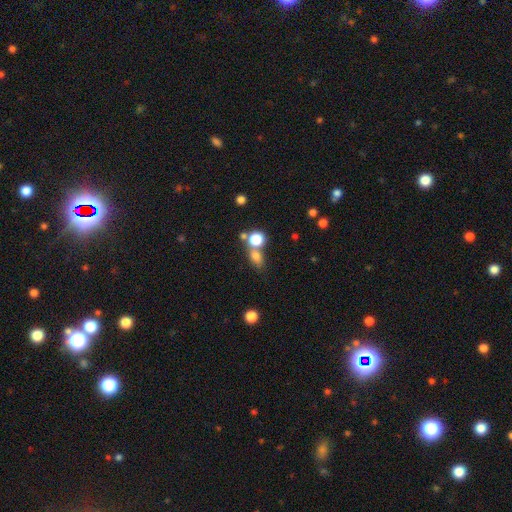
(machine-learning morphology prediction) smooth_or_featured: smooth (p=0.74) [alt: star or artifact p=0.16]
how_rounded: in between (p=0.50) [alt: round p=0.47]
merging: none (p=0.47) [alt: merger p=0.36]